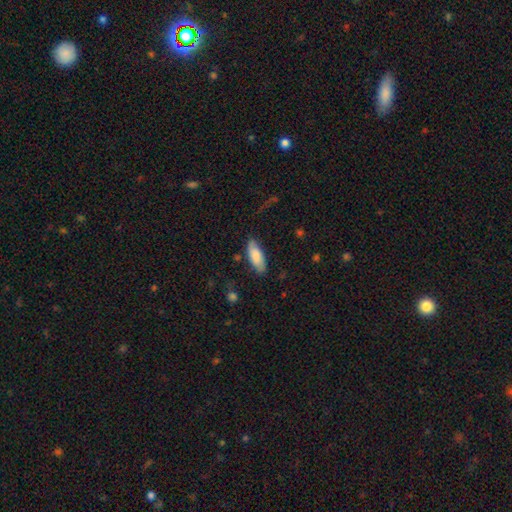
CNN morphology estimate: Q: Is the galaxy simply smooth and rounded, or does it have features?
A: smooth — 82%.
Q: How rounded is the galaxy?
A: in between — 76%.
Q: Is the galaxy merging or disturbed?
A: none — 80%.